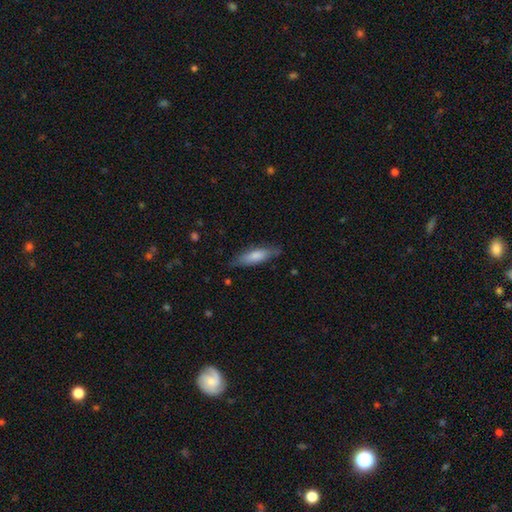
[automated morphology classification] A smooth galaxy with no disk features (75%) that is cigar-shaped (58%). Merging: none (78%).